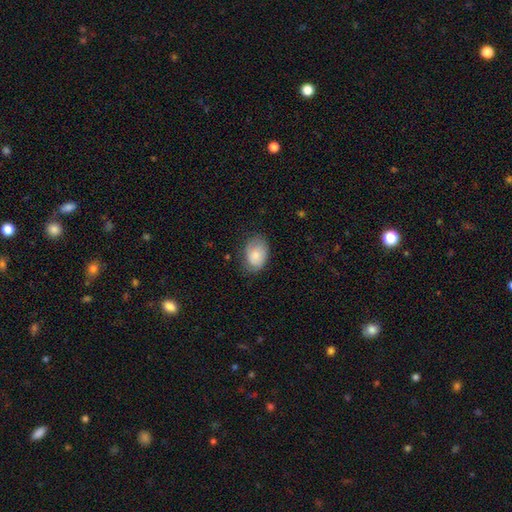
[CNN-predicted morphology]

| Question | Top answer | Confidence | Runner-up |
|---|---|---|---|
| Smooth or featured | smooth | 80% | featured or disk (14%) |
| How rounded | in between | 83% | round (16%) |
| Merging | none | 67% | minor disturbance (25%) |